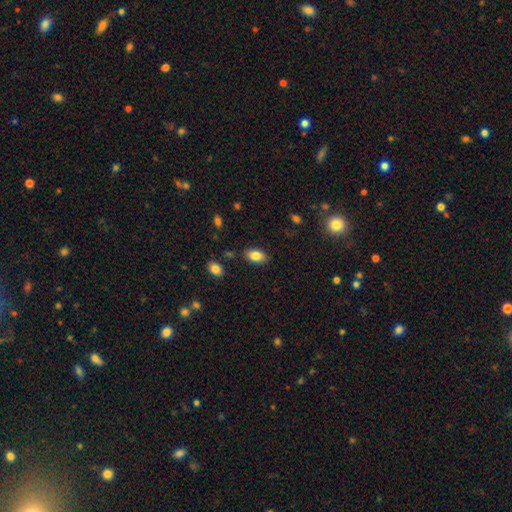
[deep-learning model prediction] This is clearly a smooth galaxy (84%). How rounded: clearly in between (92%). Merging: clearly none (84%).